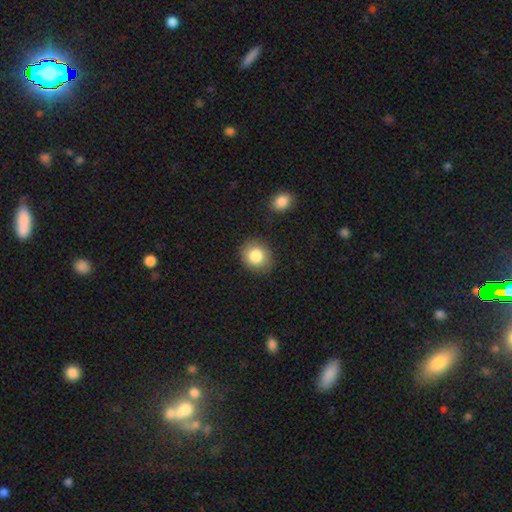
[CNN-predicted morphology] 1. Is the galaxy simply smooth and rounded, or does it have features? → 83% smooth, 8% star or artifact, 8% featured or disk.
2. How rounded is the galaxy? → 73% round, 26% in between, 1% cigar-shaped.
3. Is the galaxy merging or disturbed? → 83% none, 11% minor disturbance, 3% major disturbance, 3% merger.